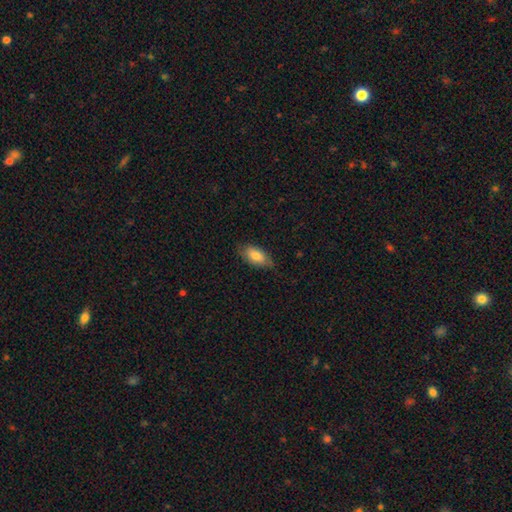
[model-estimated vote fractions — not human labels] This appears to be a smooth galaxy with no disk features (80%) that is in between round and cigar-shaped (90%). Merging: none (73%).